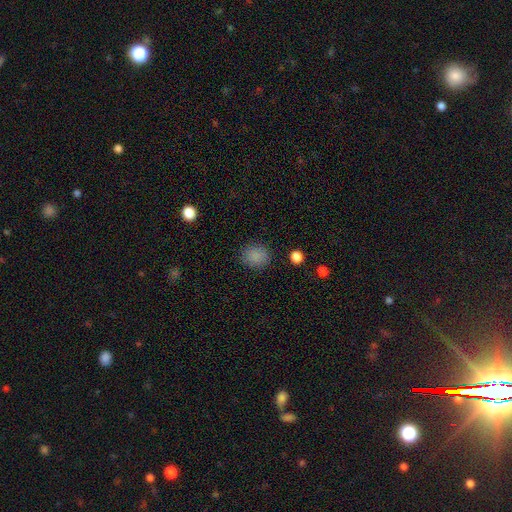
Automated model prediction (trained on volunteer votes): A smooth galaxy with no disk features (85%) that is round (80%). Merging: none (87%).